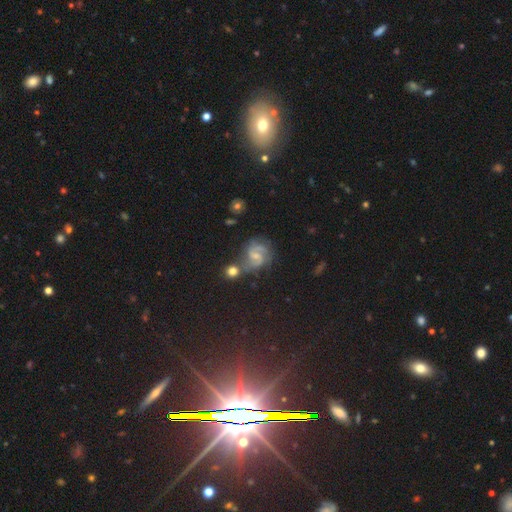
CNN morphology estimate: smooth_or_featured: featured or disk (p=0.61) [alt: smooth p=0.20]
disk_edge_on: no (p=0.97) [alt: yes p=0.03]
bar: weak (p=0.53) [alt: no p=0.35]
has_spiral_arms: yes (p=0.89) [alt: no p=0.11]
spiral_winding: medium (p=0.52) [alt: tight p=0.27]
spiral_arm_count: 2 (p=0.61) [alt: can't tell p=0.17]
bulge_size: small (p=0.55) [alt: moderate p=0.30]
merging: none (p=0.54) [alt: minor disturbance p=0.21]